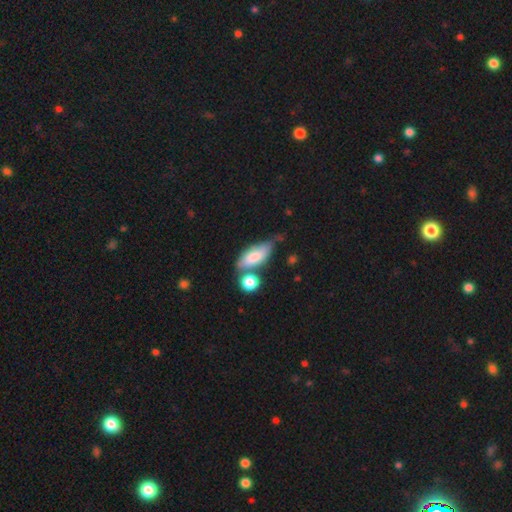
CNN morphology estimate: type=smooth (74%); roundness=in between (75%); merging=none (44%).